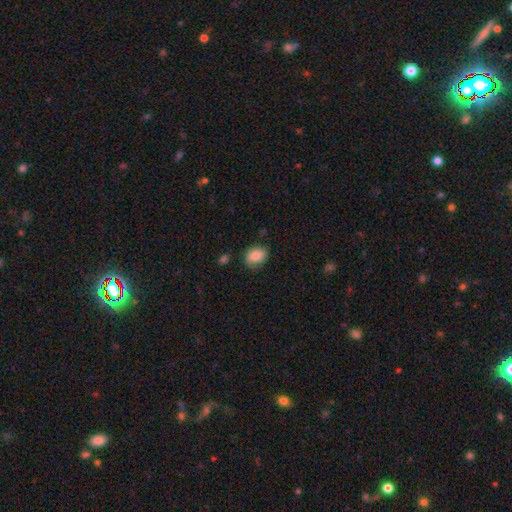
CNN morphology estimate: This is clearly a smooth galaxy (86%). How rounded: likely in between (67%). Merging: likely none (78%).